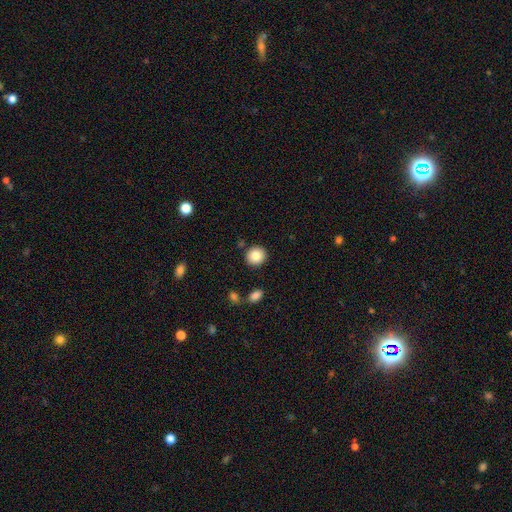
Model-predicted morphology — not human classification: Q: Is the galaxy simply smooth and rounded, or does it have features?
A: smooth — 85%.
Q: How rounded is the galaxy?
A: round — 90%.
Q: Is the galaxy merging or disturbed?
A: none — 88%.